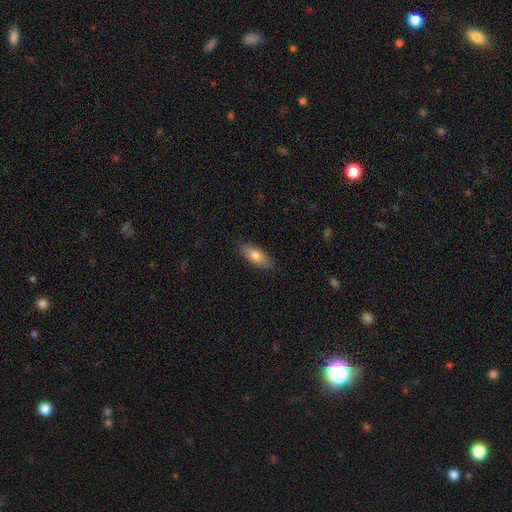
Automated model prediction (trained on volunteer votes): Smooth or featured?
  - smooth: 76% *
  - featured or disk: 18%
  - star or artifact: 6%
How rounded?
  - in between: 82% *
  - cigar-shaped: 16%
  - round: 3%
Merging?
  - none: 85% *
  - minor disturbance: 12%
  - major disturbance: 2%
  - merger: 1%